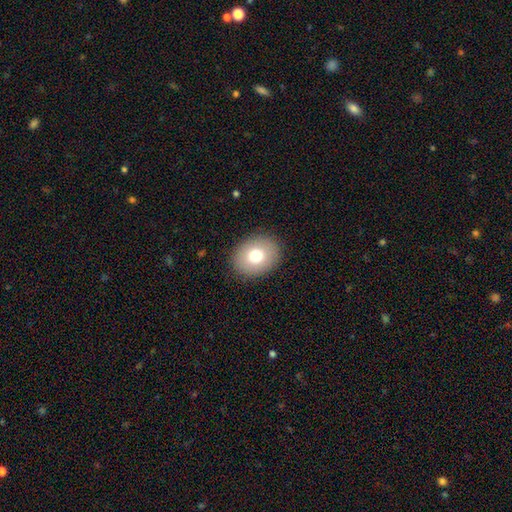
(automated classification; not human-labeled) This is likely a smooth galaxy (75%). How rounded: possibly in between (53%). Merging: clearly none (89%).